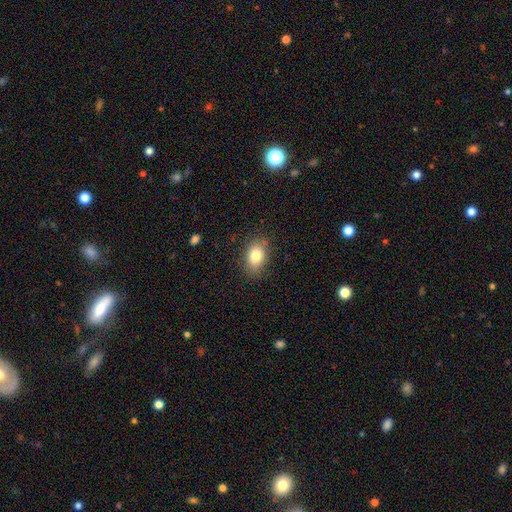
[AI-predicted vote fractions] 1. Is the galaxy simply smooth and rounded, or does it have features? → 80% smooth, 10% featured or disk, 9% star or artifact.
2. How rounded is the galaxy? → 77% in between, 22% round, 1% cigar-shaped.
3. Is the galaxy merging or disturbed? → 82% none, 13% minor disturbance, 3% major disturbance, 1% merger.